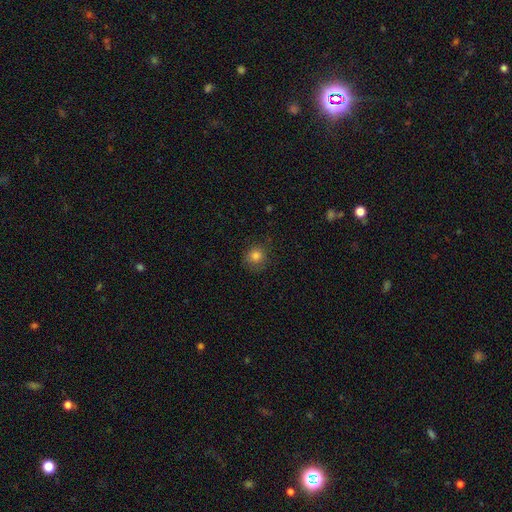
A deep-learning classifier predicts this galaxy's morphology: A smooth galaxy with no disk features (82%) that is round (88%). Merging: none (81%).